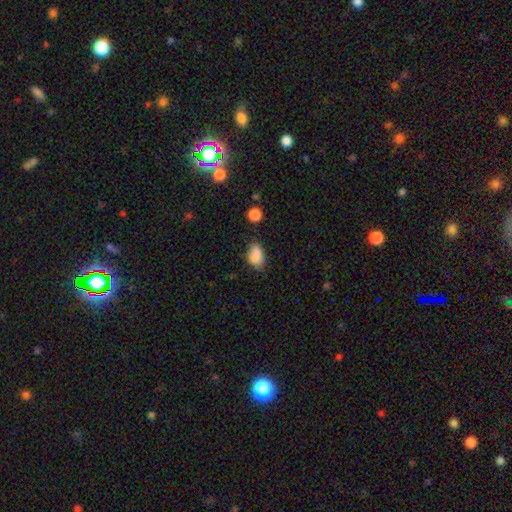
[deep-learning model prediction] Overall: smooth (82%). How rounded: in between (85%). Merging: none (54%; minor disturbance 30%).